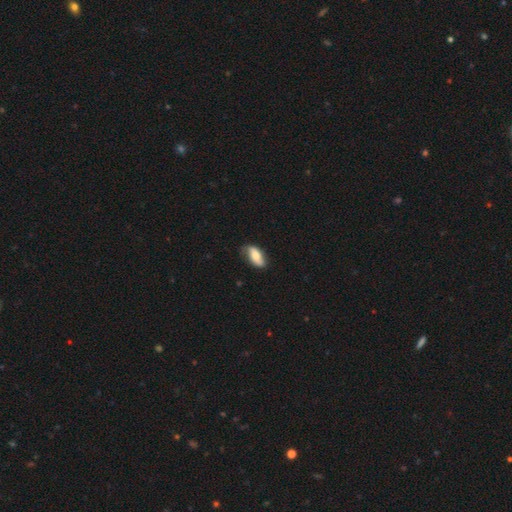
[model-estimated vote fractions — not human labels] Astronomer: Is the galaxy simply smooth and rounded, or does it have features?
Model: smooth — 54% (runner-up: featured or disk, 40%).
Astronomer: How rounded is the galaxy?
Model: in between — 87%.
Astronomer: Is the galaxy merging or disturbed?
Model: none — 71%.